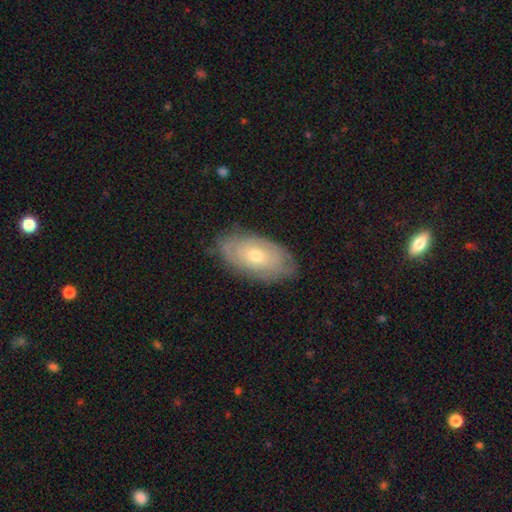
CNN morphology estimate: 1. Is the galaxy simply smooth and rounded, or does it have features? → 52% featured or disk, 42% smooth, 6% star or artifact.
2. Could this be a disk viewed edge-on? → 88% no, 12% yes.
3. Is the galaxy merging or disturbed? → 78% none, 17% minor disturbance, 4% major disturbance, 1% merger.